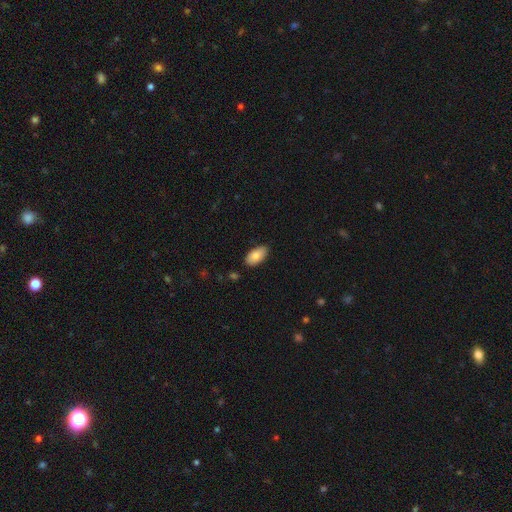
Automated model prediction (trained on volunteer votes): The model was most divided on "smooth or featured": smooth: 83%, featured or disk: 10%, star or artifact: 7%. More confident: how rounded — in between (95%); merging — none (85%).